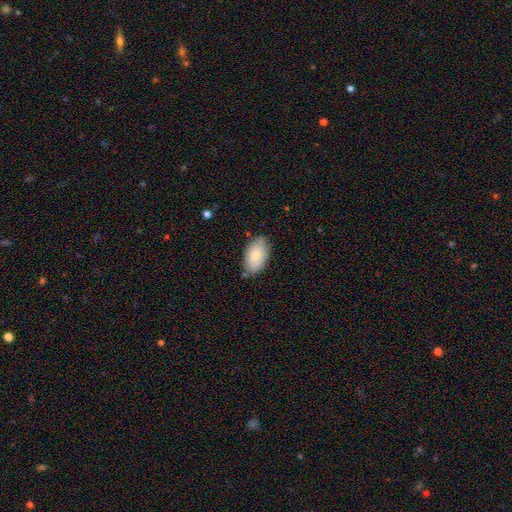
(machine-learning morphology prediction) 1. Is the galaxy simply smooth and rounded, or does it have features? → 78% smooth, 16% featured or disk, 6% star or artifact.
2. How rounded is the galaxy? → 94% in between, 4% round, 1% cigar-shaped.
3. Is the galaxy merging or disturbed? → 79% none, 16% minor disturbance, 3% major disturbance, 2% merger.